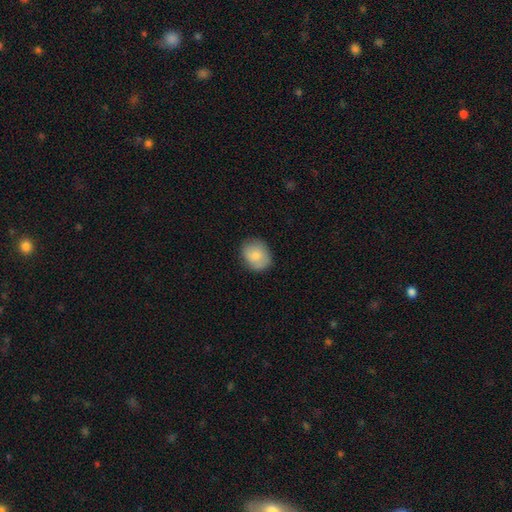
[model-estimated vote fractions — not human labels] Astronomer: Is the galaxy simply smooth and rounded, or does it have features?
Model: smooth — 81%.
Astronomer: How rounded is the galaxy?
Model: round — 55% (runner-up: in between, 44%).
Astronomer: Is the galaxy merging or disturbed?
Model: none — 80%.